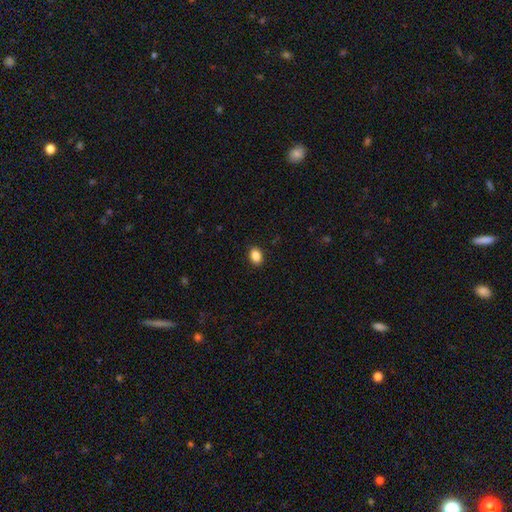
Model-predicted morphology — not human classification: Overall: smooth (87%). How rounded: in between (75%). Merging: none (90%).